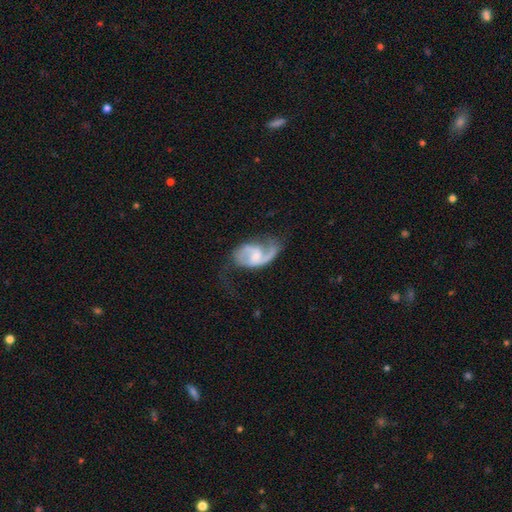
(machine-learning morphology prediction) This is likely a featured or disk galaxy (80%). It is clearly not viewed edge-on (97%). Bar: possibly weak (48%). Spiral arm pattern: clearly yes (93%). Spiral arm count: likely 2 (70%). Spiral winding: marginally loose (43%, tied with medium). Central bulge: marginally small (43%). Merging: marginally none (41%).